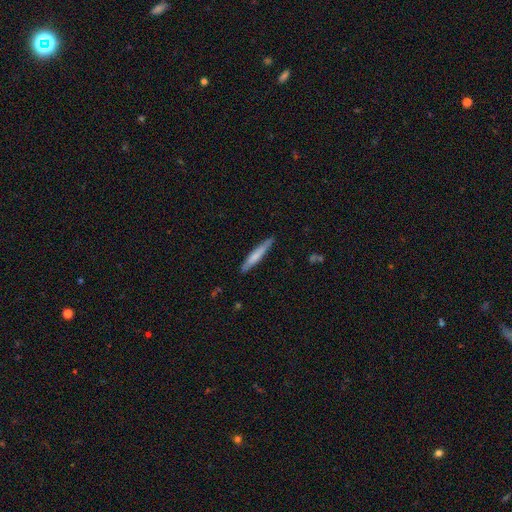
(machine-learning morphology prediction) A smooth galaxy with no disk features (64%) that is cigar-shaped (94%).

Vote fractions:
- Smooth or featured? smooth: 64% / featured or disk: 30% / star or artifact: 5%
- How rounded? cigar-shaped: 94% / in between: 5% / round: 1%
- Merging? none: 85% / minor disturbance: 12% / major disturbance: 2% / merger: 1%